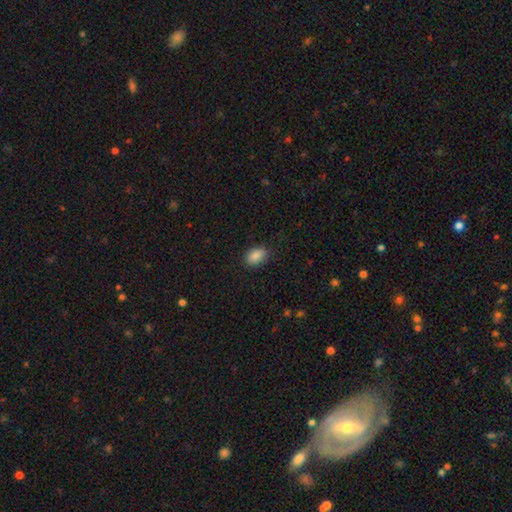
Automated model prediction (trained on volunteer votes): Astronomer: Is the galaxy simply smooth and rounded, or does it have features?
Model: smooth — 88%.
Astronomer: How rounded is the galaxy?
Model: in between — 86%.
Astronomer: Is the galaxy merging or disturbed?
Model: none — 84%.